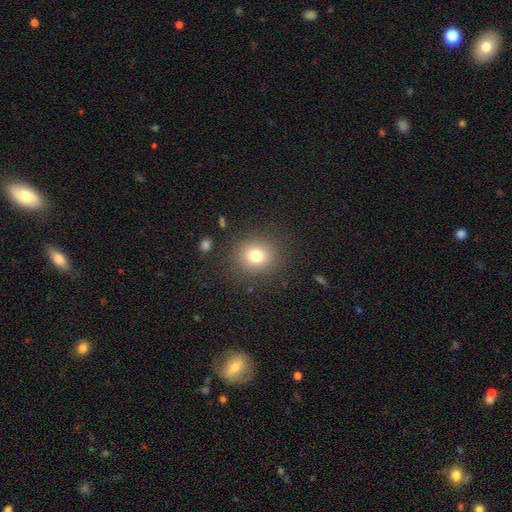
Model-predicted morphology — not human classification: Smooth or featured? Predicted: smooth (p=0.77). How rounded? Predicted: round (p=0.77). Merging? Predicted: none (p=0.86).